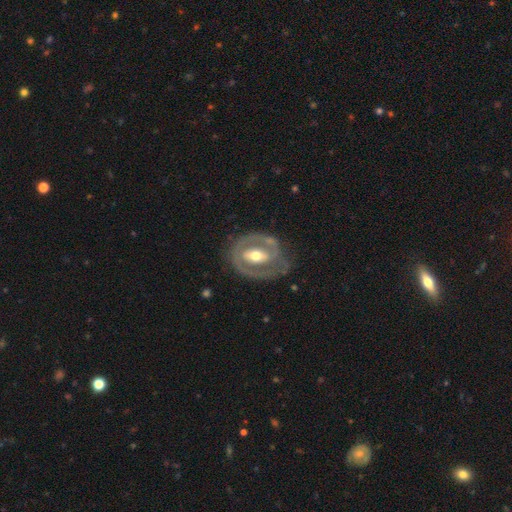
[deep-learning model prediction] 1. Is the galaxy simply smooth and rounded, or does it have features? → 76% featured or disk, 20% smooth, 5% star or artifact.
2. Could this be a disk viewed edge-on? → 95% no, 5% yes.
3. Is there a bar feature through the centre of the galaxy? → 38% strong, 31% weak, 31% no.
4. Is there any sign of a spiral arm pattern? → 51% yes, 49% no.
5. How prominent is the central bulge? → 70% moderate, 16% small, 12% large, 1% dominant, 1% none.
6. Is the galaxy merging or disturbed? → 66% none, 20% minor disturbance, 12% major disturbance, 2% merger.